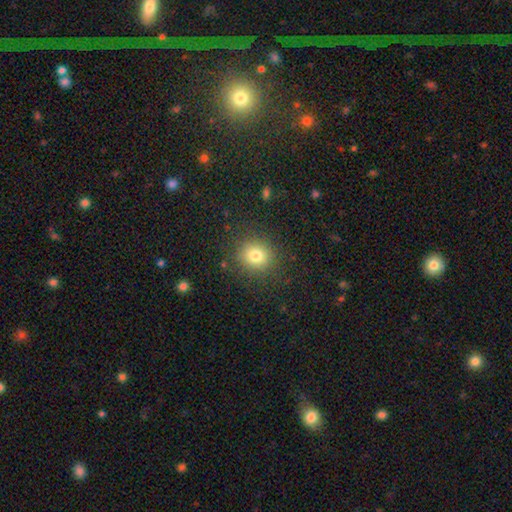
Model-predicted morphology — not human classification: smooth 79%, star or artifact 13%, featured or disk 8%. Down the decision tree: how rounded — round (82%); merging — none (87%).